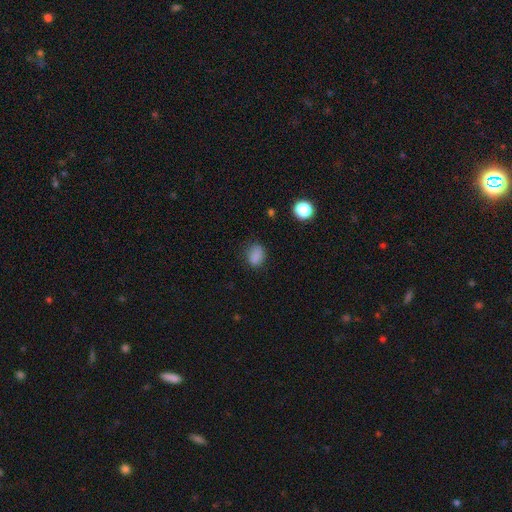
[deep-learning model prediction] The model was most divided on "how rounded": in between: 62%, round: 36%, cigar-shaped: 1%. More confident: smooth or featured — smooth (82%); merging — none (74%).